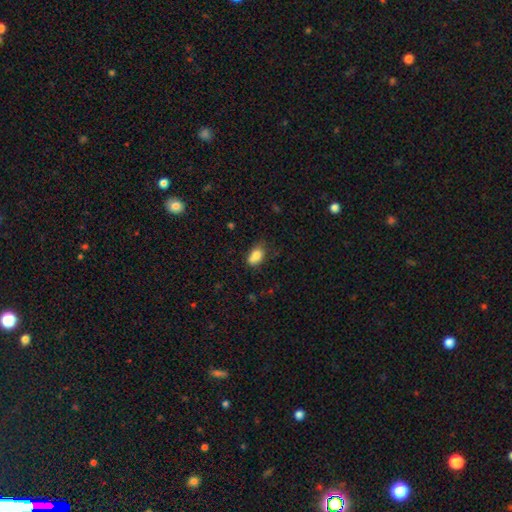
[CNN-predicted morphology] A smooth galaxy with no disk features (86%) that is in between round and cigar-shaped (89%). Merging: none (62%).